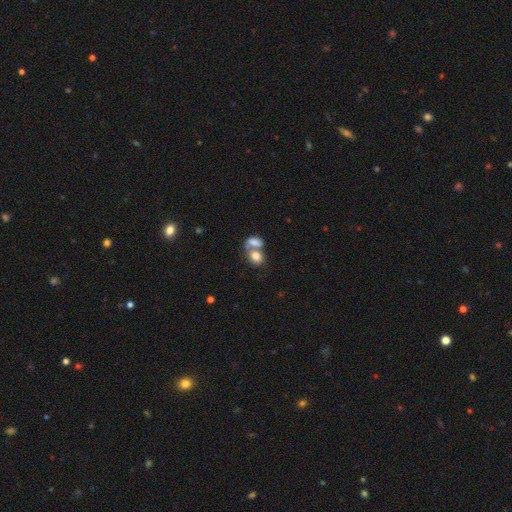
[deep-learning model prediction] This appears to be a smooth galaxy with no disk features (78%) that is in between round and cigar-shaped (61%). Merging: merger (63%).